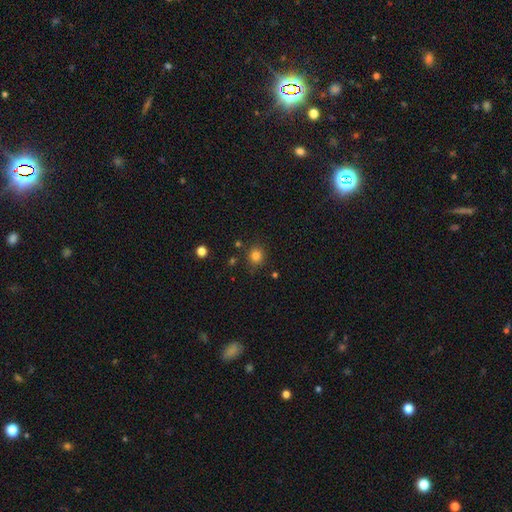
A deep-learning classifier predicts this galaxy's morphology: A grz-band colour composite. It shows a smooth galaxy with no disk features (81%) that is round (81%). Merging: none (83%).